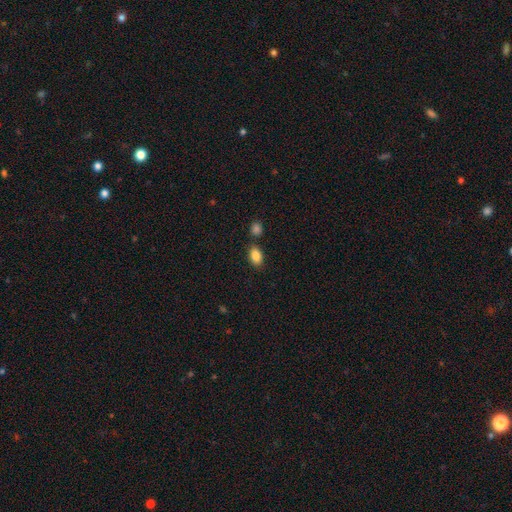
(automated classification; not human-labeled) Smooth or featured: smooth — 87% (star or artifact — 8%)
How rounded: in between — 87% (round — 11%)
Merging: none — 76% (minor disturbance — 11%)